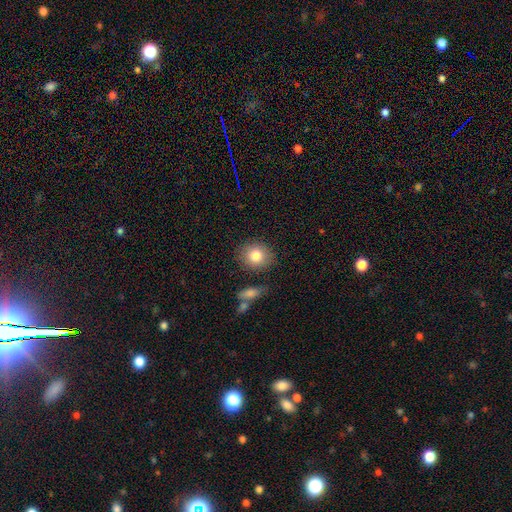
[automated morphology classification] Smooth or featured? smooth (81%)
How rounded? round (75%)
Merging? none (83%)